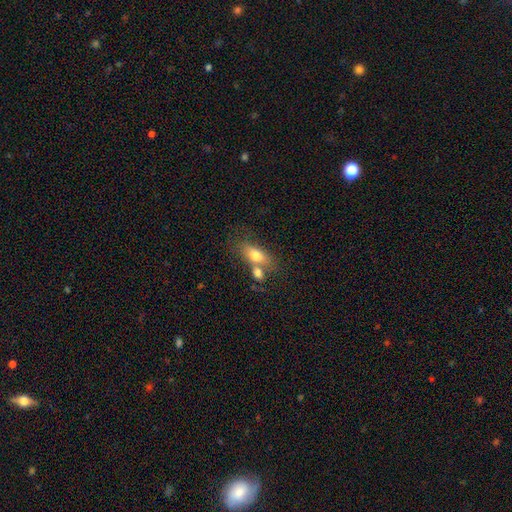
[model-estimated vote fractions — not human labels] Morphology: type=smooth (74%); roundness=in between (79%); merging=merger (42%, tied with none).